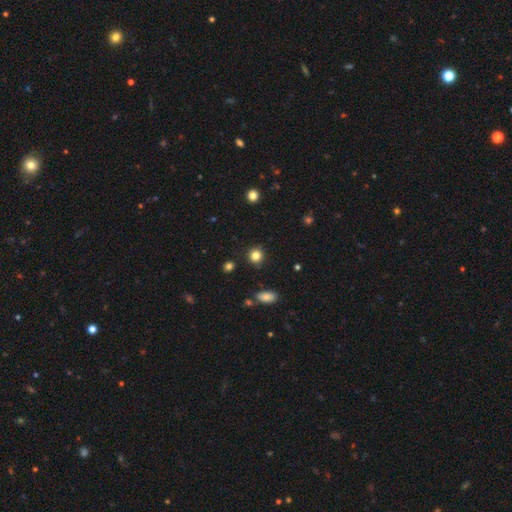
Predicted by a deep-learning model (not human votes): smooth-or-featured: smooth: 84% | star or artifact: 11% | featured or disk: 5%
  how-rounded: round: 89% | in between: 10% | cigar-shaped: 1%
  merging: none: 88% | minor disturbance: 8% | major disturbance: 2% | merger: 2%